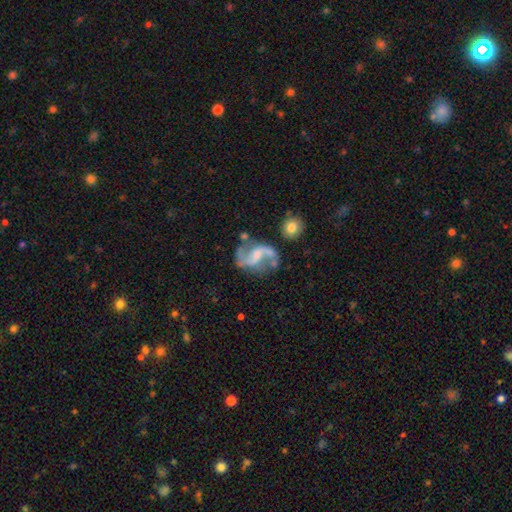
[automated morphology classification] Smooth or featured: featured or disk — 87% (smooth — 7%)
Edge-on disk: no — 98% (yes — 2%)
Bar: weak — 45% (no — 29%)
Spiral arms: yes — 95% (no — 5%)
Spiral winding: loose — 64% (medium — 30%)
Spiral arm count: 2 — 92% (can't tell — 2%)
Bulge size: small — 35% (none — 34%)
Merging: none — 59% (minor disturbance — 19%)